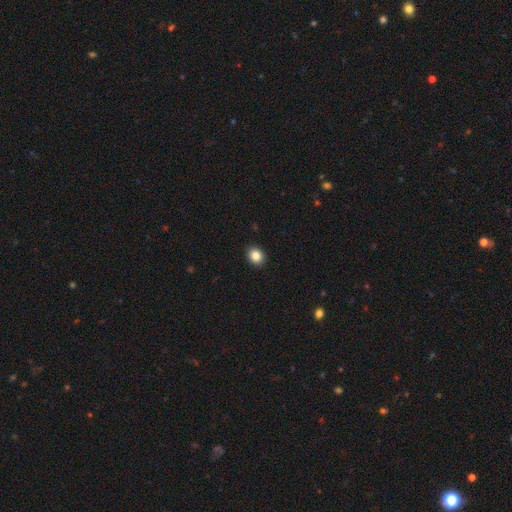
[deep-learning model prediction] Smooth or featured? Predicted: smooth (p=0.86). How rounded? Predicted: round (p=0.66). Merging? Predicted: none (p=0.92).